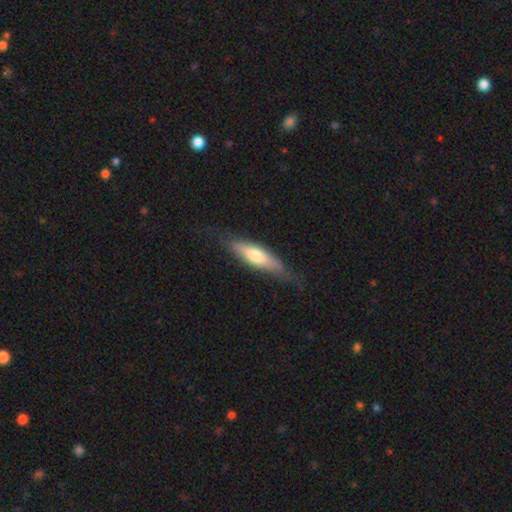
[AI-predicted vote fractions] A smooth galaxy with no disk features (59%) that is cigar-shaped (60%).

Vote fractions:
- Smooth or featured? smooth: 59% / featured or disk: 36% / star or artifact: 5%
- How rounded? cigar-shaped: 60% / in between: 38% / round: 2%
- Merging? none: 71% / minor disturbance: 21% / major disturbance: 7% / merger: 1%